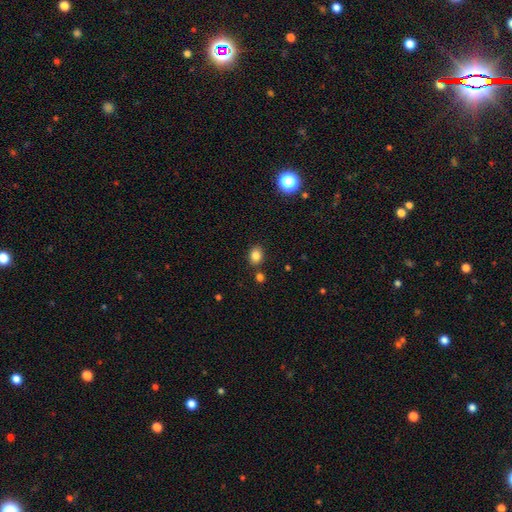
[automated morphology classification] Smooth or featured?
  - smooth: 83% *
  - star or artifact: 11%
  - featured or disk: 6%
How rounded?
  - in between: 55% *
  - round: 44%
  - cigar-shaped: 1%
Merging?
  - none: 82% *
  - minor disturbance: 9%
  - merger: 6%
  - major disturbance: 2%